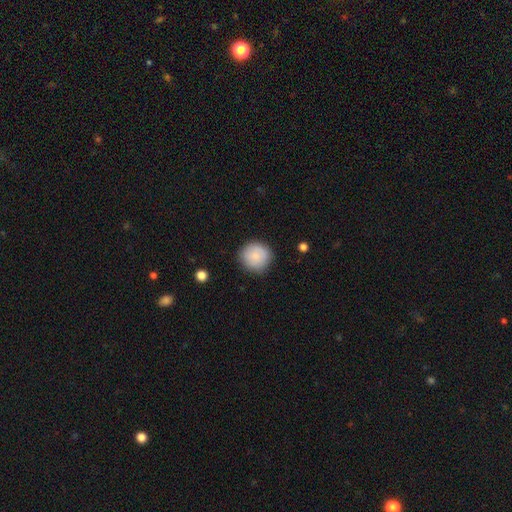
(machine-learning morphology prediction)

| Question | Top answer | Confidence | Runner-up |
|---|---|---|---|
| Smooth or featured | smooth | 86% | star or artifact (7%) |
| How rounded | round | 92% | in between (7%) |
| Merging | none | 86% | minor disturbance (10%) |